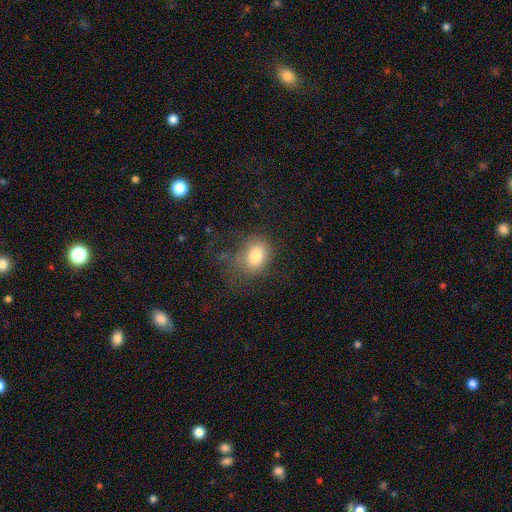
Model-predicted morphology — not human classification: Smooth or featured? smooth (78%)
How rounded? in between (65%)
Merging? none (53%)